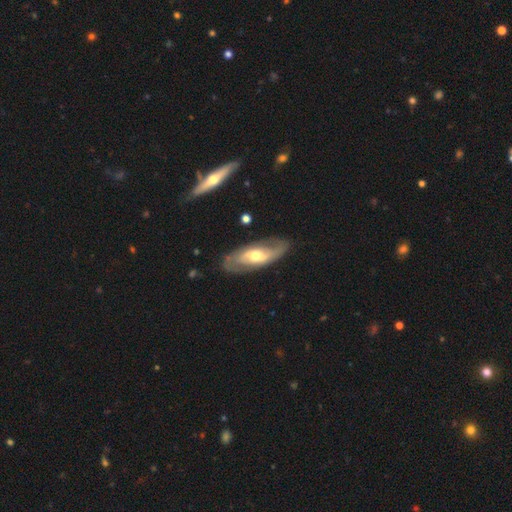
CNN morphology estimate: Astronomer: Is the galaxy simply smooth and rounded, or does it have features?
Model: featured or disk — 71%.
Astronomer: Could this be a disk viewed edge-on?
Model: no — 88%.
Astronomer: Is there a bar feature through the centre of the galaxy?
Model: no — 45% (runner-up: weak, 37%).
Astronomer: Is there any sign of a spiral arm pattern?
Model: yes — 76%.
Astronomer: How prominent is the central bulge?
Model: moderate — 68%.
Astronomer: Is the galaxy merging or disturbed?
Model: none — 80%.